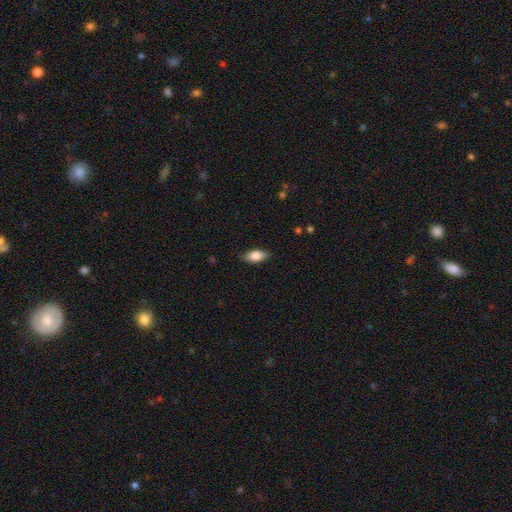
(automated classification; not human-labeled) smooth-or-featured: smooth: 82% | featured or disk: 12% | star or artifact: 6%
  how-rounded: in between: 88% | cigar-shaped: 9% | round: 3%
  merging: none: 87% | minor disturbance: 10% | major disturbance: 2% | merger: 1%